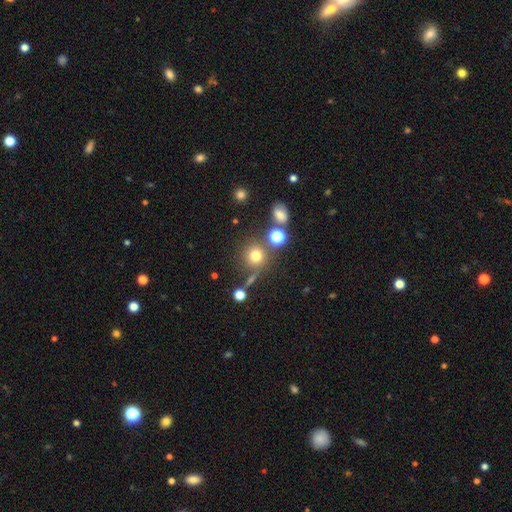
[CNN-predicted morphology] Smooth or featured?
  - smooth: 72% *
  - star or artifact: 18%
  - featured or disk: 10%
How rounded?
  - round: 90% *
  - in between: 9%
  - cigar-shaped: 1%
Merging?
  - none: 71% *
  - merger: 12%
  - minor disturbance: 11%
  - major disturbance: 6%